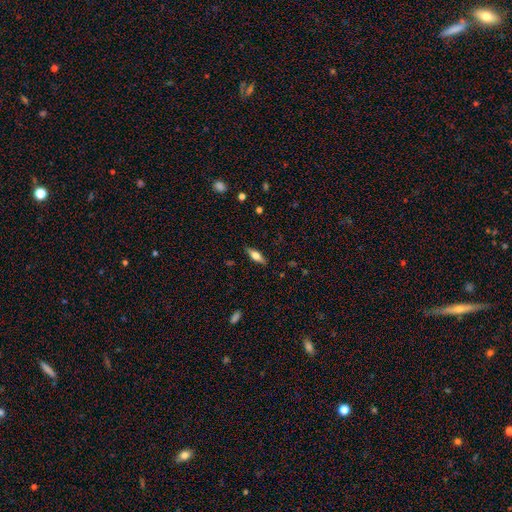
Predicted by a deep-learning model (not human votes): smooth-or-featured: smooth: 51% | featured or disk: 42% | star or artifact: 7%
  how-rounded: in between: 57% | cigar-shaped: 40% | round: 3%
  merging: none: 87% | minor disturbance: 10% | major disturbance: 2% | merger: 1%